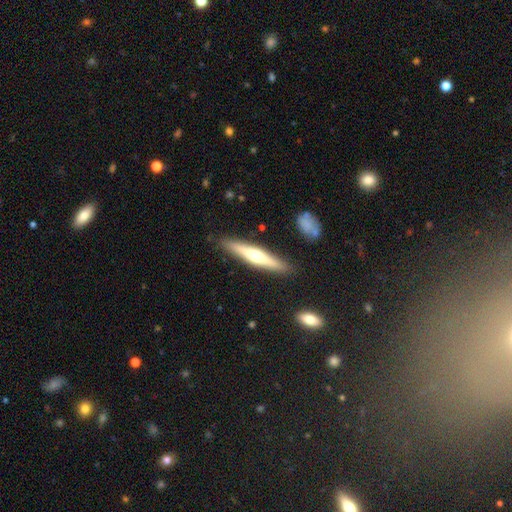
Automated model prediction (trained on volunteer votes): Q: Smooth or featured?
A: featured or disk (54%); runner-up: smooth (41%)
Q: Edge-on disk?
A: yes (94%); runner-up: no (6%)
Q: Edge-on bulge?
A: rounded (87%); runner-up: none (9%)
Q: Merging?
A: none (87%); runner-up: minor disturbance (9%)